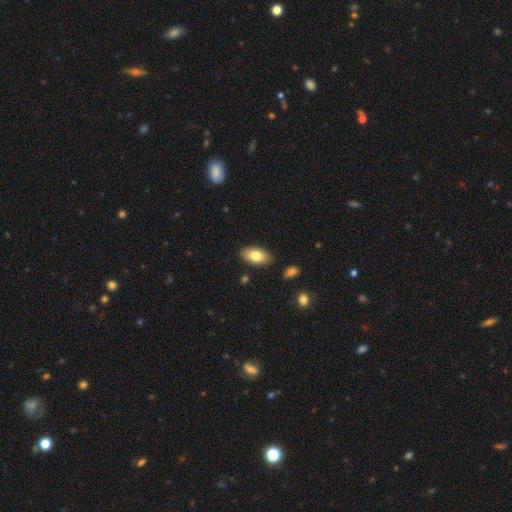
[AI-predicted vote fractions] Smooth or featured? smooth (81%)
How rounded? in between (94%)
Merging? none (87%)